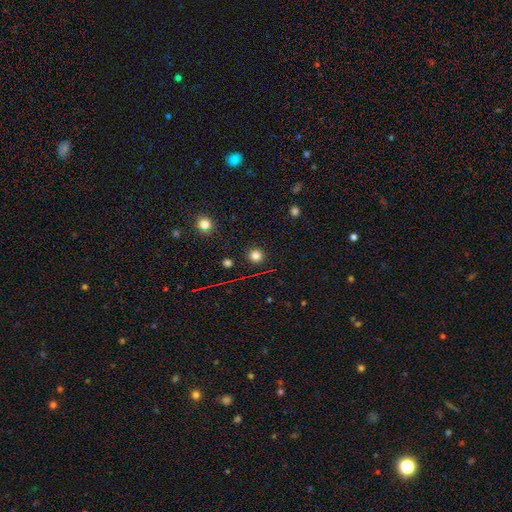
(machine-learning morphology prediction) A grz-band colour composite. It shows a smooth galaxy with no disk features (79%) that is round (93%). Merging: none (91%).